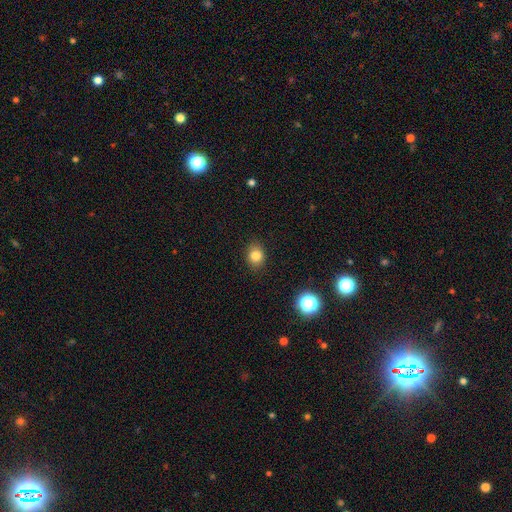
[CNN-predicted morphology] Smooth or featured? smooth (82%)
How rounded? round (53%)
Merging? none (87%)